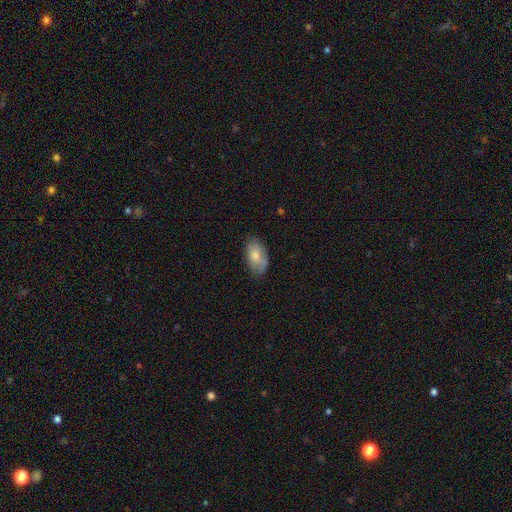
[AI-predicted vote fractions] Smooth or featured? Predicted: smooth (p=0.73). How rounded? Predicted: in between (p=0.93). Merging? Predicted: none (p=0.71).